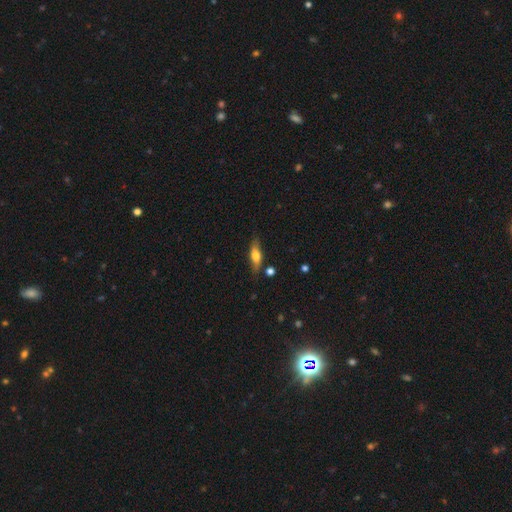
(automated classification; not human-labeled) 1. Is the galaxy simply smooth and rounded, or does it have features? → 57% smooth, 36% featured or disk, 7% star or artifact.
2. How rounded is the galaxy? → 50% in between, 46% cigar-shaped, 4% round.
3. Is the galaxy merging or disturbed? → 78% none, 16% minor disturbance, 3% major disturbance, 3% merger.